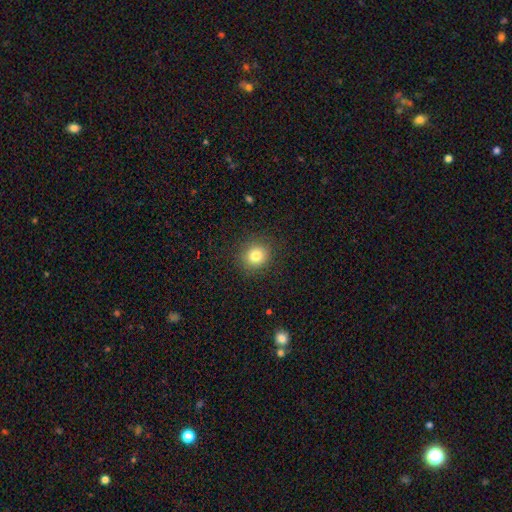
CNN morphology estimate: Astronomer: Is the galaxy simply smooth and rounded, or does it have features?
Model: smooth — 80%.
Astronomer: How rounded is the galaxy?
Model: round — 86%.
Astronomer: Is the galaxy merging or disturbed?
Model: none — 88%.